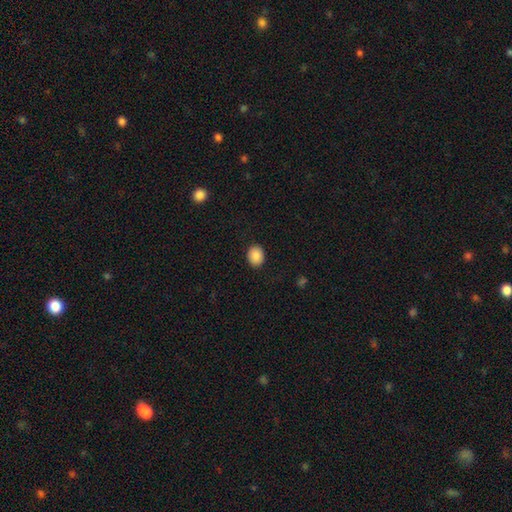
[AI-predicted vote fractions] This is clearly a smooth galaxy (87%). How rounded: possibly round (53%). Merging: clearly none (90%).